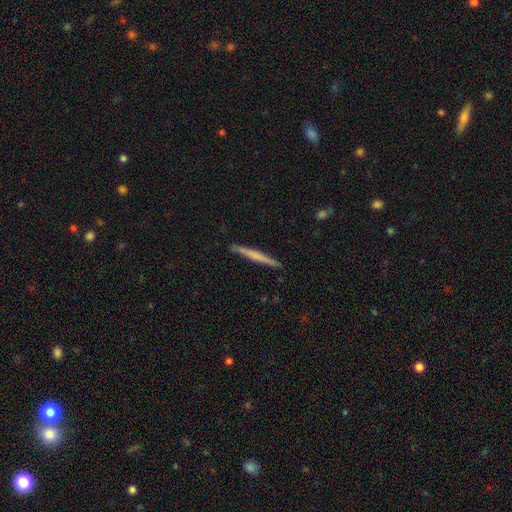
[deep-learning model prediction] A smooth galaxy with no disk features (50%). Merging: none (90%).